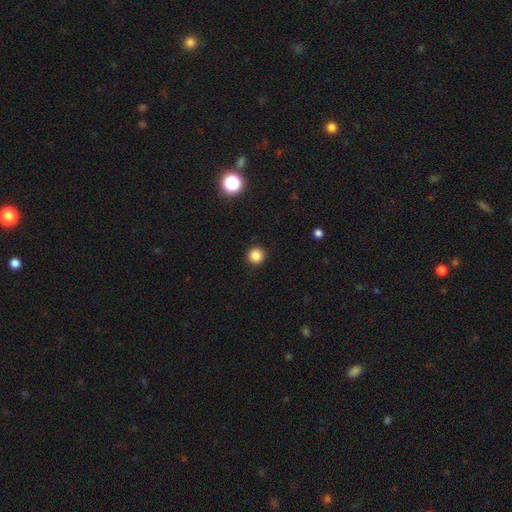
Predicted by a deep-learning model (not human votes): smooth-or-featured: smooth: 85% | star or artifact: 12% | featured or disk: 4%
  how-rounded: round: 95% | in between: 4% | cigar-shaped: 1%
  merging: none: 93% | minor disturbance: 4% | major disturbance: 2% | merger: 1%